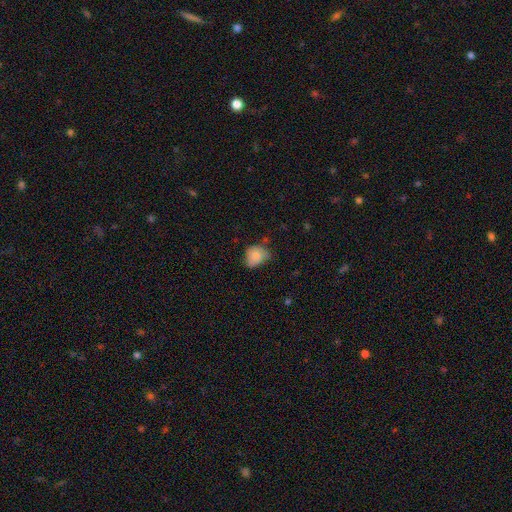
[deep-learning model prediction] Smooth or featured? smooth (79%)
How rounded? round (50%)
Merging? minor disturbance (44%)